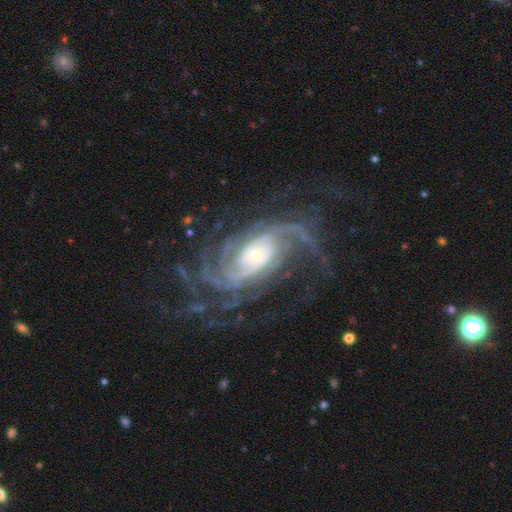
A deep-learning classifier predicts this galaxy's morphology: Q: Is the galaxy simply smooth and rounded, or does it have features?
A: featured or disk — 92%.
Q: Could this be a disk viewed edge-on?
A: no — 97%.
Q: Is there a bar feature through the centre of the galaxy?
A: no — 67%.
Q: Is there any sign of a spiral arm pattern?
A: yes — 98%.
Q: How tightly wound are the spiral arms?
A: tight — 58%.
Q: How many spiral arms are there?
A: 4 — 20%.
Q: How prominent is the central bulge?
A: small — 56%.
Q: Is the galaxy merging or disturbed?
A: none — 67%.